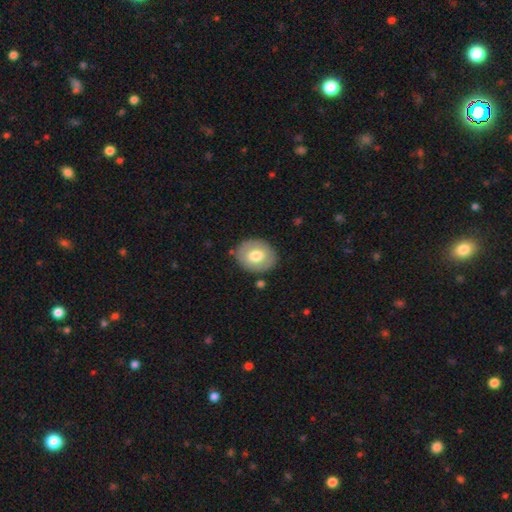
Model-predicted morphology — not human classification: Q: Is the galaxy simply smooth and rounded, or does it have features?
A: smooth — 68%.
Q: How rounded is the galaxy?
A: round — 54%.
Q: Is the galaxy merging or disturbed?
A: none — 84%.